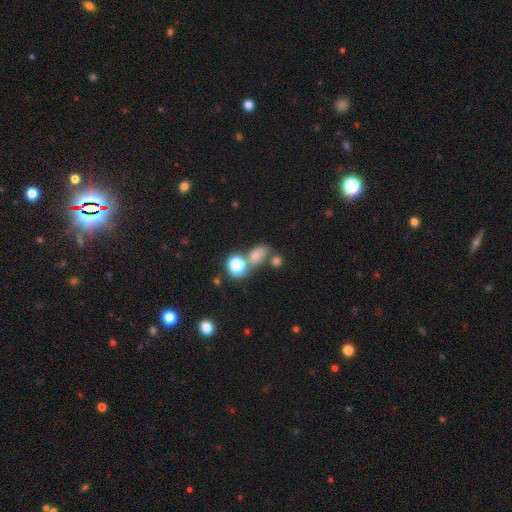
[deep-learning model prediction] Smooth or featured: smooth — 66% (star or artifact — 21%)
How rounded: in between — 64% (round — 32%)
Merging: none — 55% (merger — 25%)